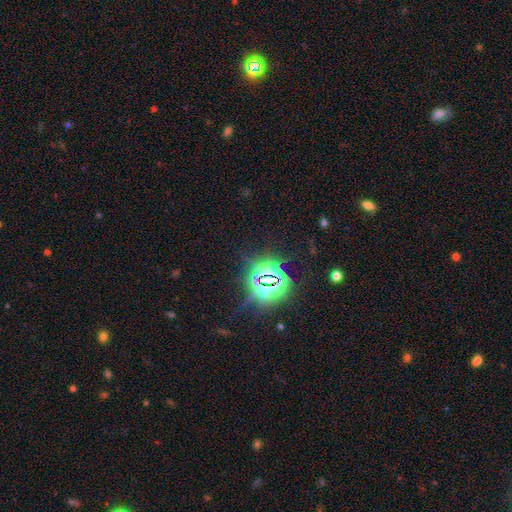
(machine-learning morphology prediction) Smooth or featured? Predicted: star or artifact (p=0.83).